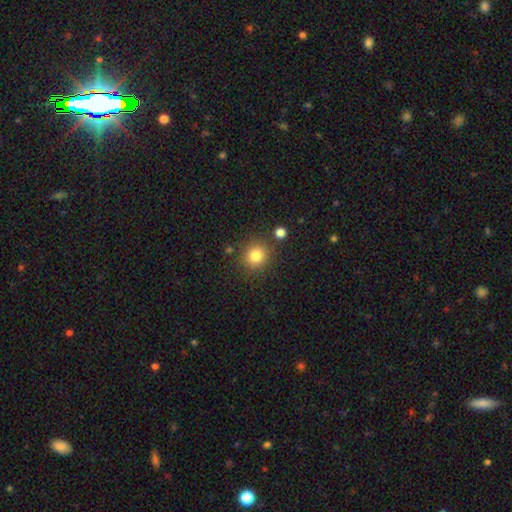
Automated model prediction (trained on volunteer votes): smooth_or_featured: smooth (p=0.82) [alt: star or artifact p=0.12]
how_rounded: round (p=0.91) [alt: in between p=0.08]
merging: none (p=0.84) [alt: minor disturbance p=0.08]